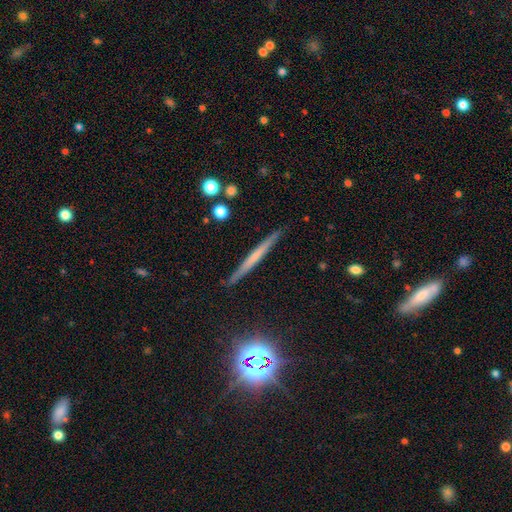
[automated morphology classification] Smooth or featured: featured or disk — 46% (smooth — 44%)
Merging: none — 89% (minor disturbance — 8%)